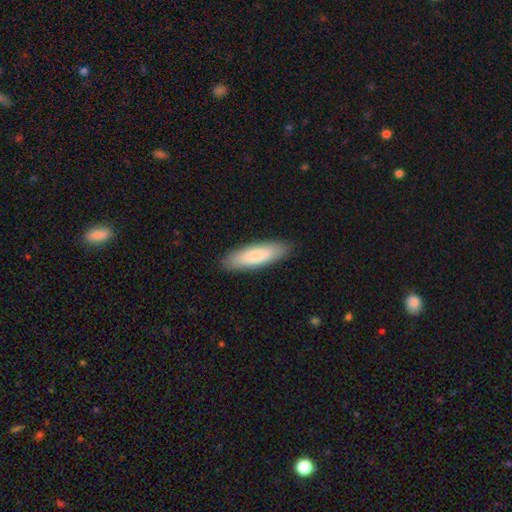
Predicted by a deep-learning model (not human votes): smooth-or-featured: smooth: 80% | featured or disk: 15% | star or artifact: 5%
  how-rounded: cigar-shaped: 54% | in between: 45% | round: 2%
  merging: none: 89% | minor disturbance: 8% | major disturbance: 2% | merger: 1%